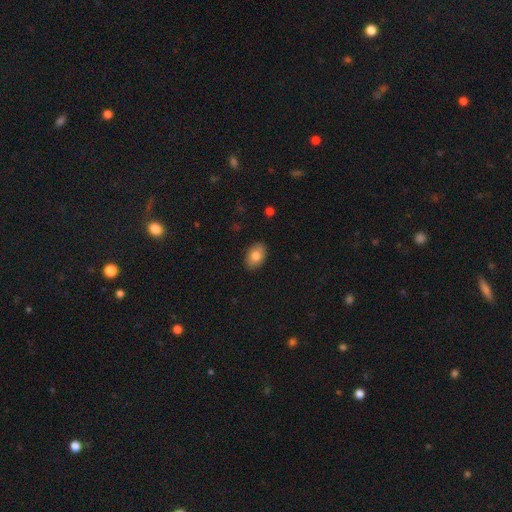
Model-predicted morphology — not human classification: Smooth or featured: smooth — 80% (featured or disk — 13%)
How rounded: in between — 83% (round — 16%)
Merging: none — 88% (minor disturbance — 9%)